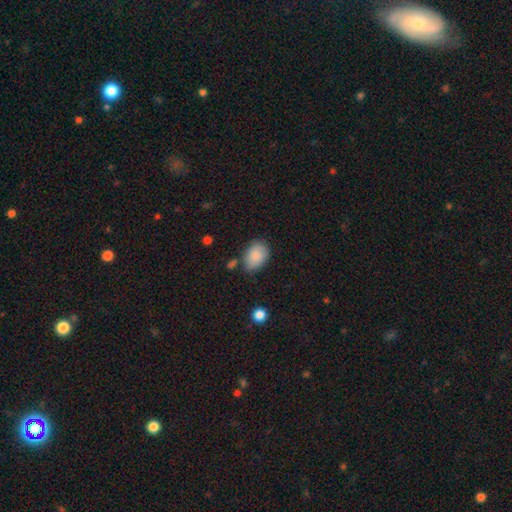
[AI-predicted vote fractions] Smooth or featured? Predicted: smooth (p=0.84). How rounded? Predicted: in between (p=0.77). Merging? Predicted: none (p=0.66).